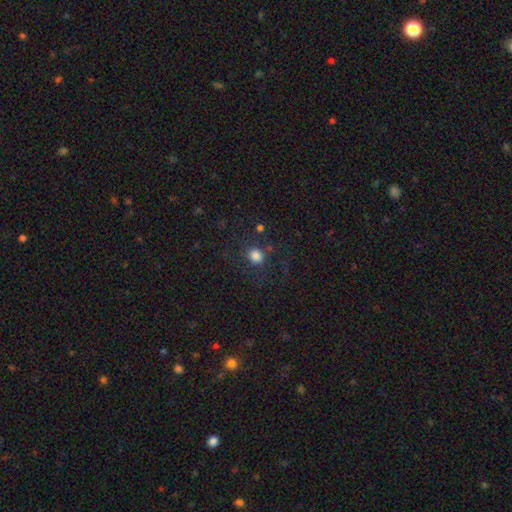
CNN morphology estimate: The model was most divided on "merging": none: 77%, minor disturbance: 12%, major disturbance: 8%, merger: 3%. More confident: how rounded — round (86%); smooth or featured — smooth (79%).